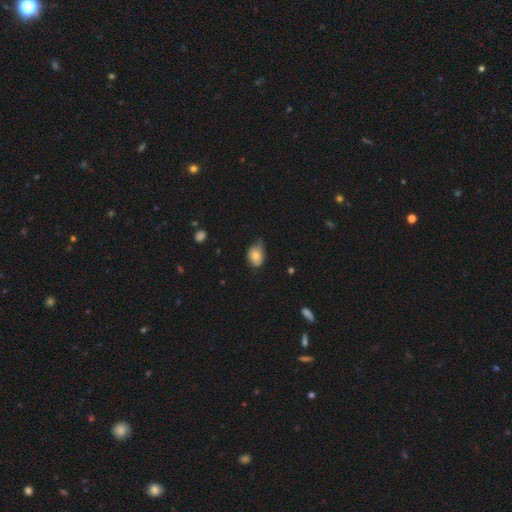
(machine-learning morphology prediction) smooth-or-featured: smooth: 75% | featured or disk: 17% | star or artifact: 8%
  how-rounded: in between: 78% | round: 21% | cigar-shaped: 1%
  merging: minor disturbance: 46% | none: 41% | major disturbance: 11% | merger: 2%